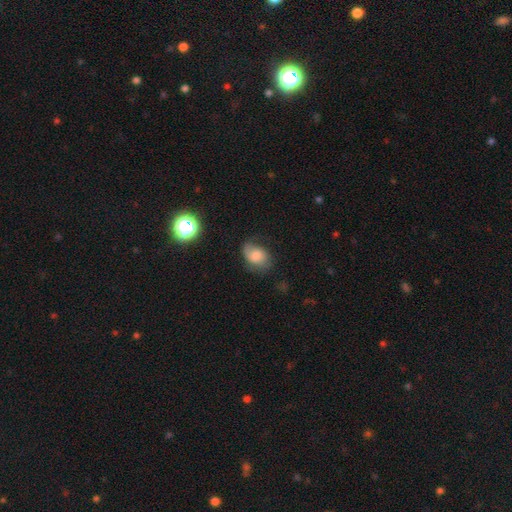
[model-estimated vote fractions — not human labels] Smooth or featured? smooth (60%)
How rounded? in between (74%)
Merging? none (55%)